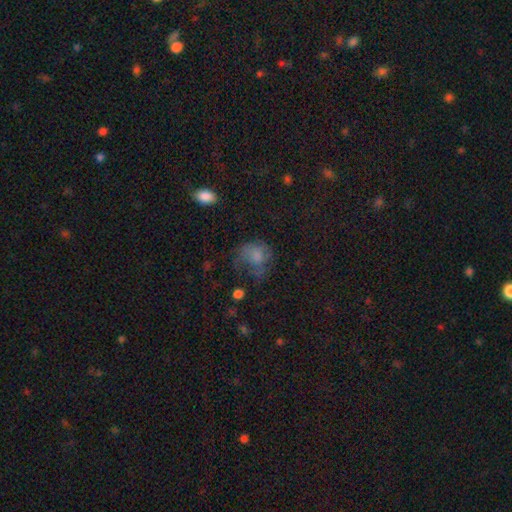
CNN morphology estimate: smooth 62%, featured or disk 24%, star or artifact 14%. Down the decision tree: how rounded — round (58%); merging — major disturbance (38%).